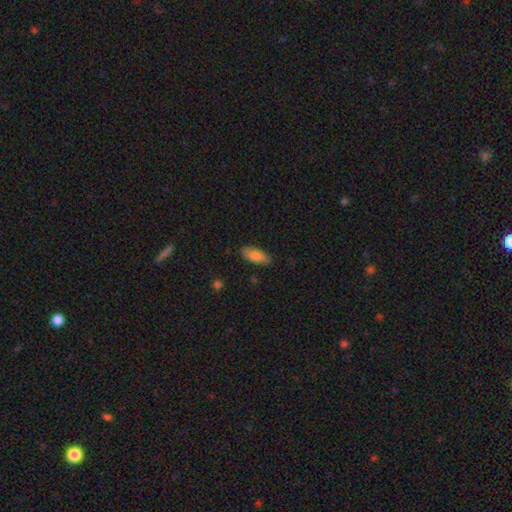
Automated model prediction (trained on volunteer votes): This appears to be a smooth galaxy with no disk features (79%) that is in between round and cigar-shaped (79%). Merging: none (83%).